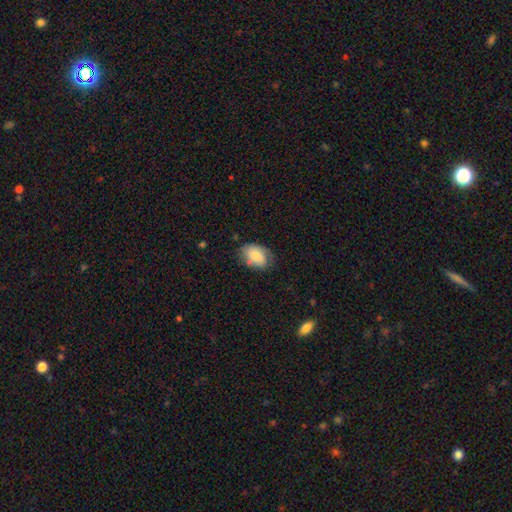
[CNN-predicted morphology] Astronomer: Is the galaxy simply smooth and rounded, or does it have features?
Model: smooth — 78%.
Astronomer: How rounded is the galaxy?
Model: in between — 87%.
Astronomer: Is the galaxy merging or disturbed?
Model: none — 63%.